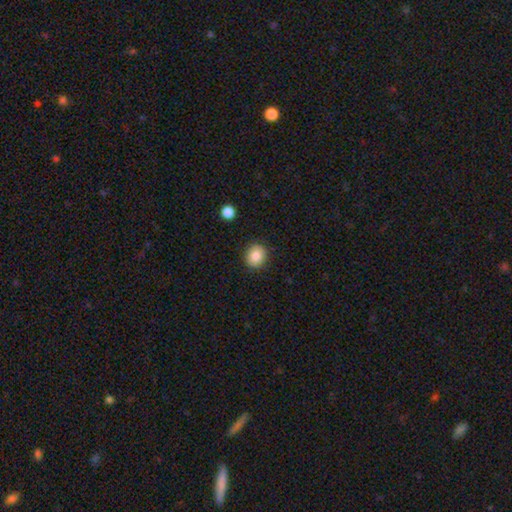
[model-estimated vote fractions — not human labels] smooth_or_featured: smooth (p=0.86) [alt: star or artifact p=0.09]
how_rounded: round (p=0.69) [alt: in between p=0.30]
merging: none (p=0.89) [alt: minor disturbance p=0.08]